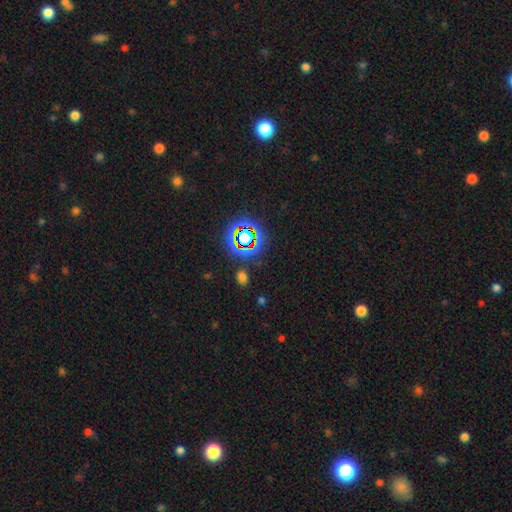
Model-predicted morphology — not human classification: This appears to be a star or artifact, not a galaxy (60%).